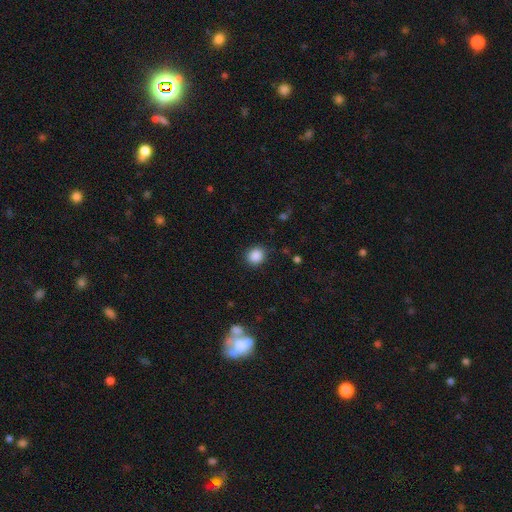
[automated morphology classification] Smooth or featured? smooth (87%)
How rounded? round (83%)
Merging? none (88%)